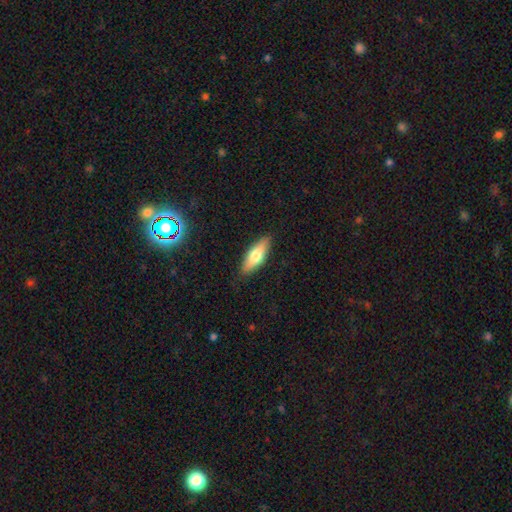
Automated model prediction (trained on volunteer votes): Smooth or featured?
  - smooth: 65% *
  - featured or disk: 29%
  - star or artifact: 6%
How rounded?
  - in between: 63% *
  - cigar-shaped: 35%
  - round: 2%
Merging?
  - none: 87% *
  - minor disturbance: 10%
  - major disturbance: 2%
  - merger: 1%